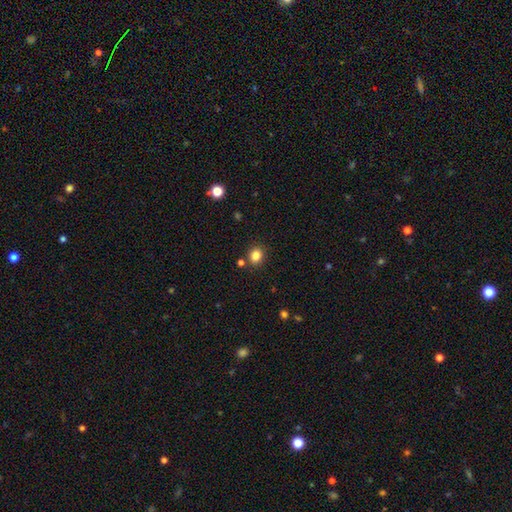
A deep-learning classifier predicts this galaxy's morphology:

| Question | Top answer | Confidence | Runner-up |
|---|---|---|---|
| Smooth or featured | smooth | 83% | star or artifact (12%) |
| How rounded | round | 68% | in between (31%) |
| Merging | none | 84% | minor disturbance (8%) |